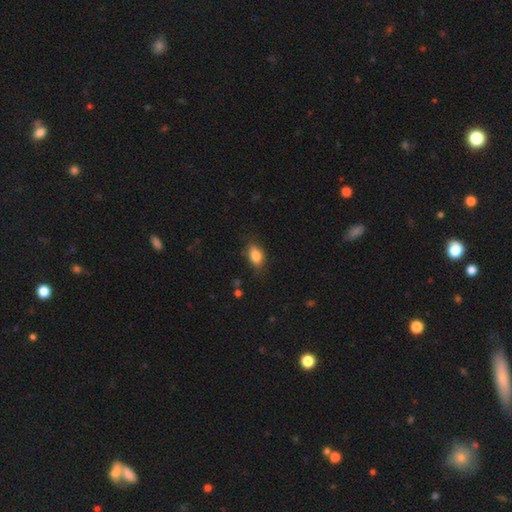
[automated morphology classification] smooth_or_featured: smooth (p=0.84) [alt: star or artifact p=0.08]
how_rounded: in between (p=0.85) [alt: round p=0.11]
merging: none (p=0.78) [alt: minor disturbance p=0.17]